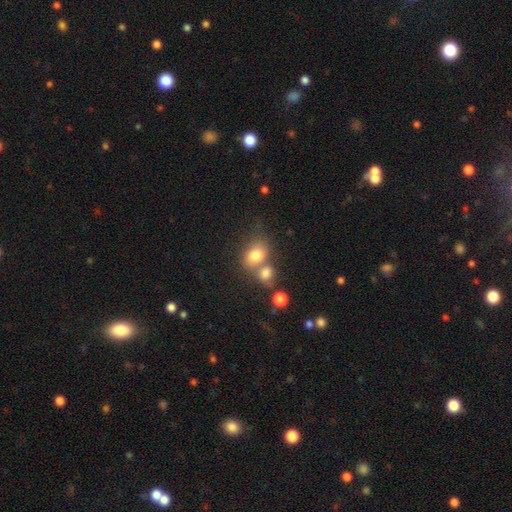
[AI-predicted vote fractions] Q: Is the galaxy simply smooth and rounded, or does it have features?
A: smooth — 77%.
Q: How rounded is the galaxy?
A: in between — 50%.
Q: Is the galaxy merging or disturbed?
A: merger — 43%.